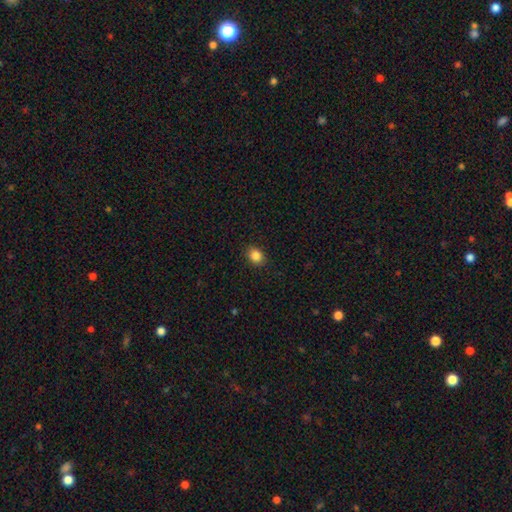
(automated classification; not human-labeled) A smooth galaxy with no disk features (86%) that is round (50%). Merging: none (89%).